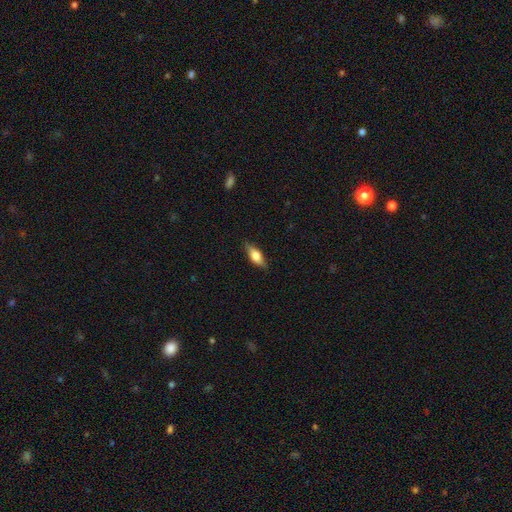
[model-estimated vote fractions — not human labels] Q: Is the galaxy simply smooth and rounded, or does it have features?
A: smooth — 58%.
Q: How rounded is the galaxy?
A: in between — 67%.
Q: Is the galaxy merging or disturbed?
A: none — 82%.